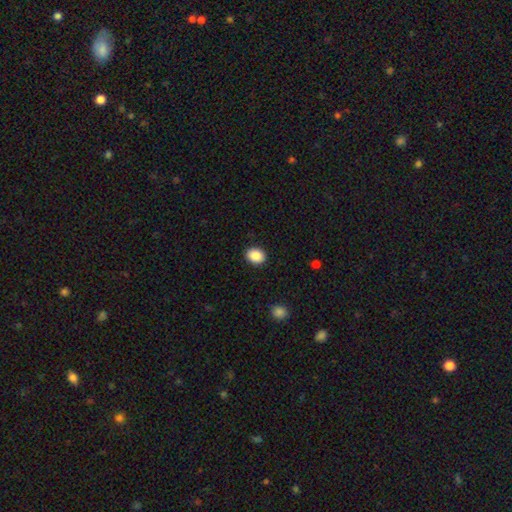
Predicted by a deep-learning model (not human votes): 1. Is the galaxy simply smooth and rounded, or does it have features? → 88% smooth, 8% star or artifact, 4% featured or disk.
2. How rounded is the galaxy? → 56% in between, 43% round, 1% cigar-shaped.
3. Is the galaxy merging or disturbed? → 90% none, 7% minor disturbance, 2% major disturbance, 1% merger.